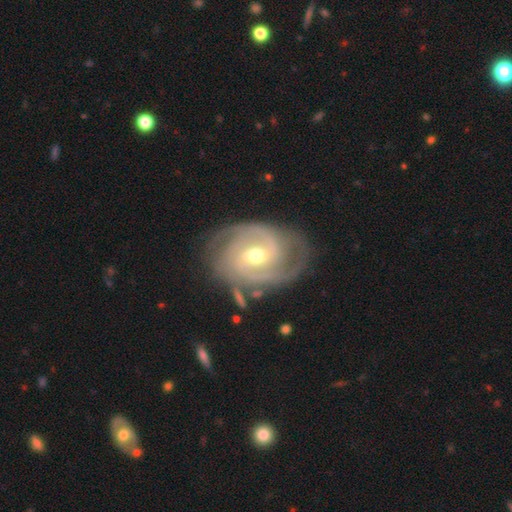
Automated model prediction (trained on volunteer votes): The model was most divided on "bar": weak: 49%, no: 32%, strong: 19%. Remaining: edge-on disk — no (97%); spiral arms — yes (97%); smooth or featured — featured or disk (88%); merging — none (73%); bulge size — moderate (68%); spiral winding — tight (59%); spiral arm count — 2 (48%).